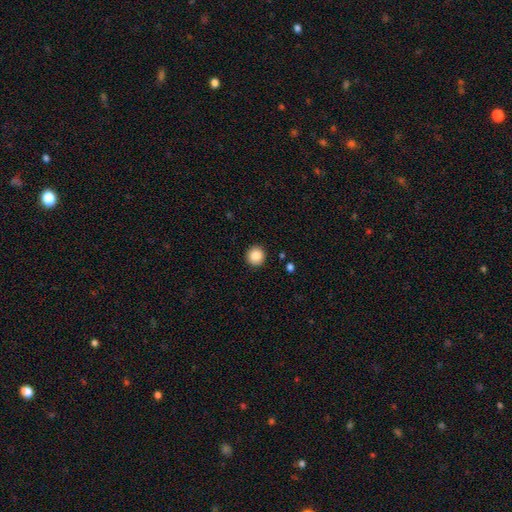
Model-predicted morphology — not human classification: The model was most divided on "smooth or featured": smooth: 87%, star or artifact: 9%, featured or disk: 4%. More confident: how rounded — round (93%); merging — none (92%).